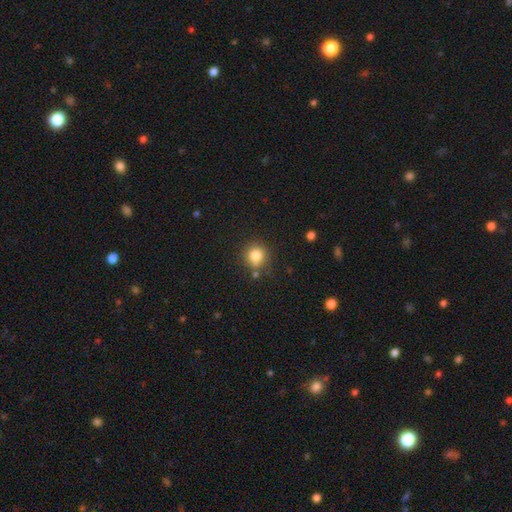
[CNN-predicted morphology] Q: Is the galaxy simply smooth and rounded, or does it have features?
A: smooth — 81%.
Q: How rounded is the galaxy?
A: round — 90%.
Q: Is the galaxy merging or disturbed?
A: none — 77%.